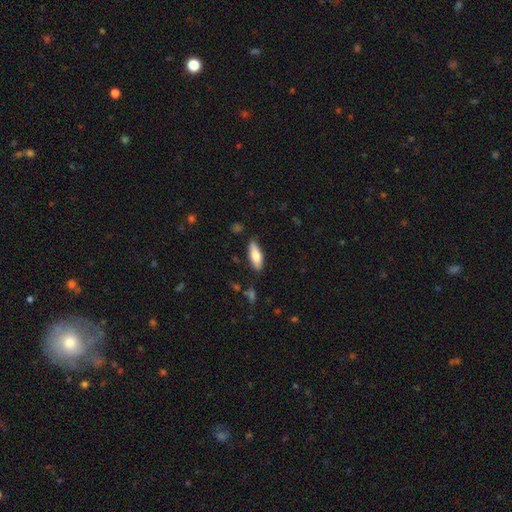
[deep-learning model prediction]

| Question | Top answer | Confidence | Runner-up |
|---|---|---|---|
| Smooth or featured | smooth | 77% | featured or disk (17%) |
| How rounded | in between | 66% | cigar-shaped (32%) |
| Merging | none | 83% | minor disturbance (13%) |